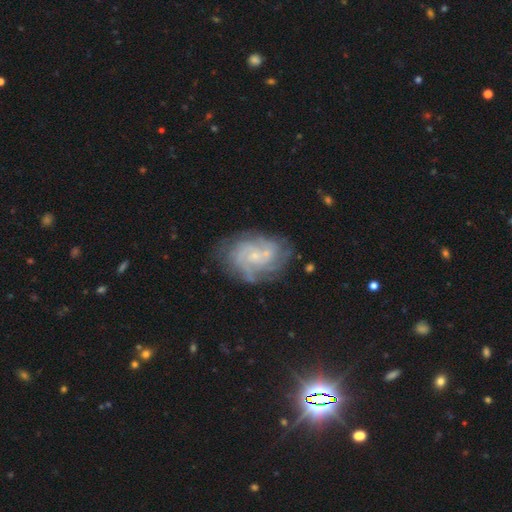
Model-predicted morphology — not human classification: type=featured or disk (81%); edge-on=no (97%); bar=no (69%); spiral arms=yes (93%); winding=tight (57%); arm count=can't tell (34%); bulge=small (77%); merging=none (70%).